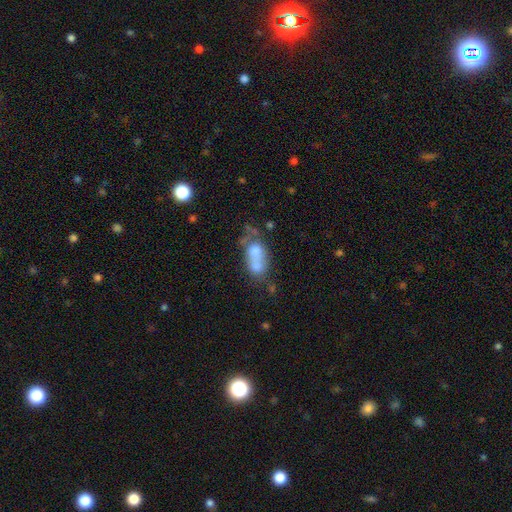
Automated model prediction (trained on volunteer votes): Overall: smooth (62%; featured or disk 28%). How rounded: in between (72%). Merging: merger (58%; none 20%).